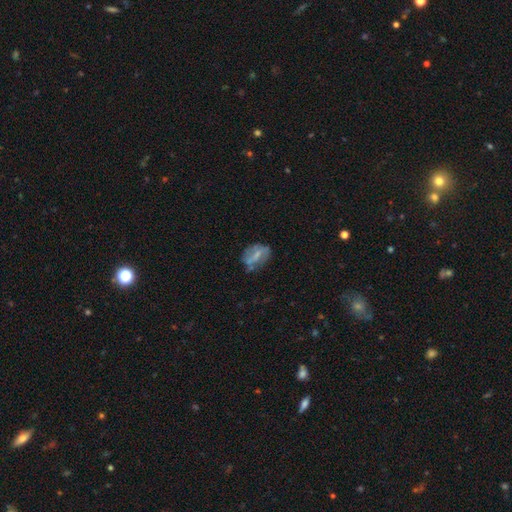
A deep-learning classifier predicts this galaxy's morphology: Overall: featured or disk (50%; smooth 40%). Merging: none (49%; minor disturbance 27%).